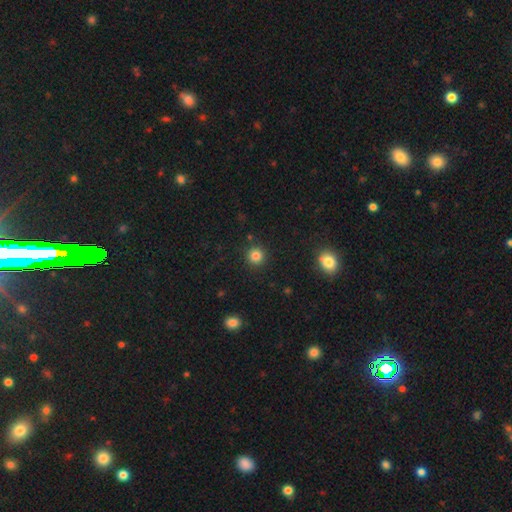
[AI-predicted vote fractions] The model was most divided on "smooth or featured": smooth: 83%, star or artifact: 12%, featured or disk: 5%. More confident: how rounded — round (94%); merging — none (90%).